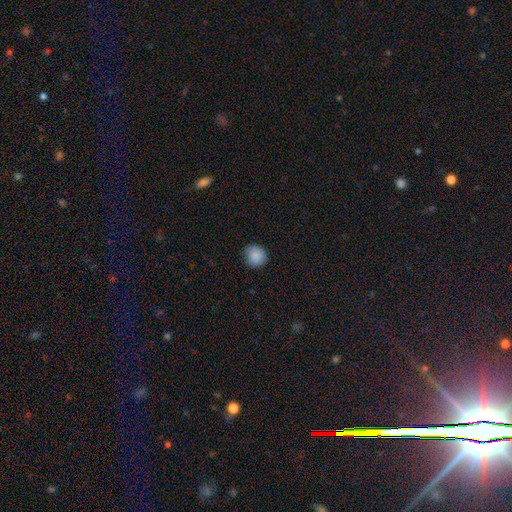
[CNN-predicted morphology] Smooth or featured? smooth (88%)
How rounded? round (88%)
Merging? none (80%)